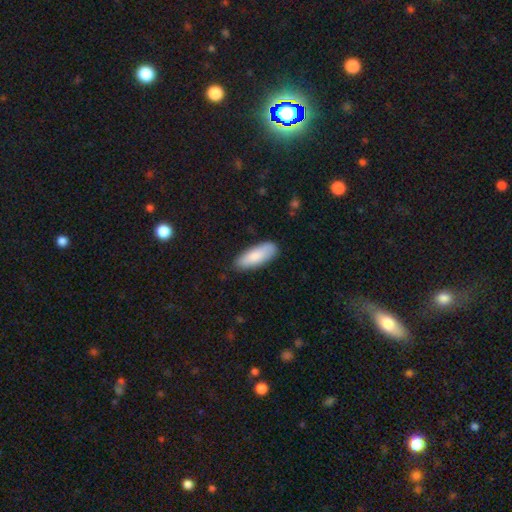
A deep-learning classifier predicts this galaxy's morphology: Overall: smooth (85%). How rounded: in between (68%; cigar-shaped 31%). Merging: none (85%).